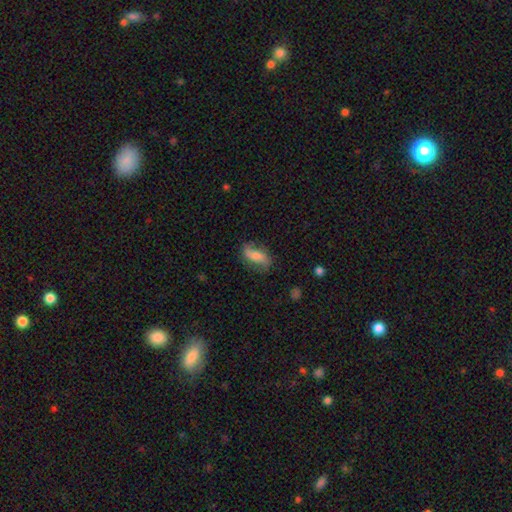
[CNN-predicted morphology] smooth_or_featured: featured or disk (p=0.47) [alt: smooth p=0.46]
merging: none (p=0.73) [alt: minor disturbance p=0.19]